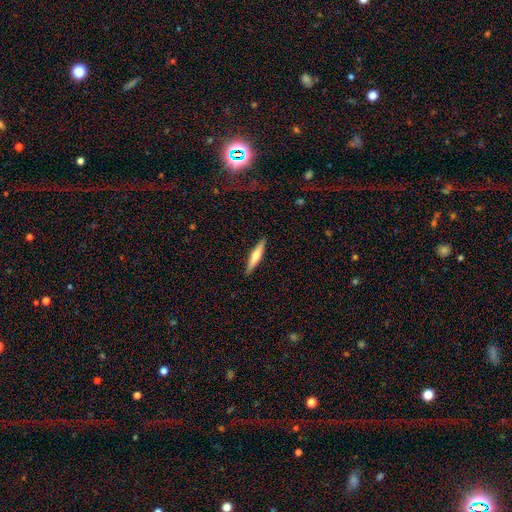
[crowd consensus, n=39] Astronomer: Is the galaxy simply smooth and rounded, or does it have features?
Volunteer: featured or disk — 62%.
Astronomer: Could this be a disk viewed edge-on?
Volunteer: yes — 92%.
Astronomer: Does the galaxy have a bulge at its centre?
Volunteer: rounded — 77%.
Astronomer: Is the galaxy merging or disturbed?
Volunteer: none — 95%.